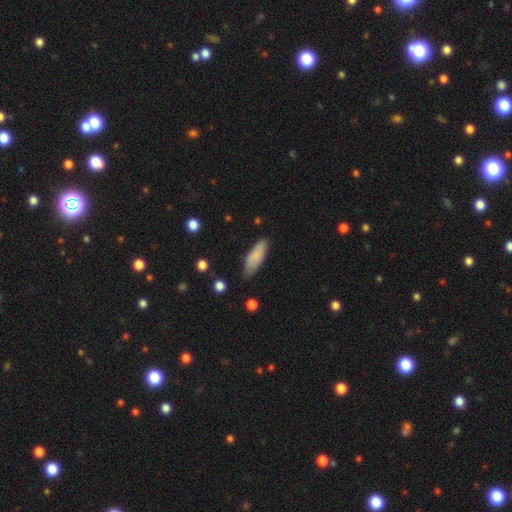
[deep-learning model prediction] smooth_or_featured: smooth (p=0.85) [alt: featured or disk p=0.09]
how_rounded: in between (p=0.58) [alt: cigar-shaped p=0.40]
merging: none (p=0.77) [alt: minor disturbance p=0.18]